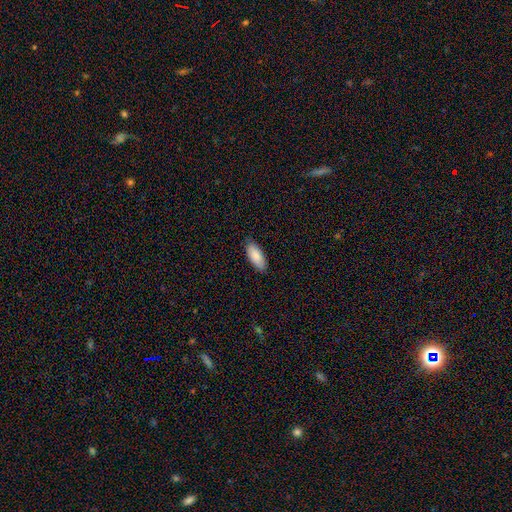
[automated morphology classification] Smooth or featured? smooth (88%)
How rounded? in between (84%)
Merging? none (85%)